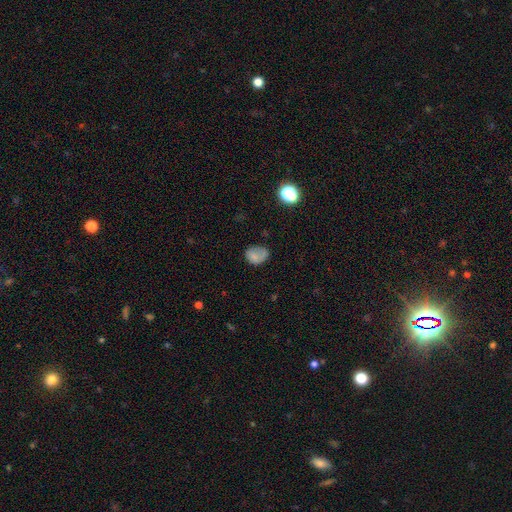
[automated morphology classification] smooth 75%, featured or disk 13%, star or artifact 12%. Down the decision tree: how rounded — in between (56%); merging — none (51%).